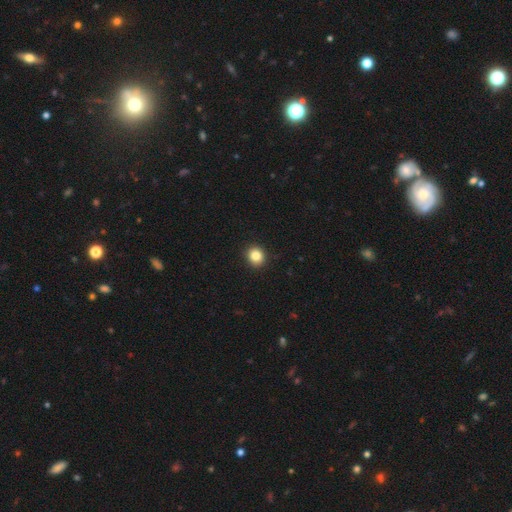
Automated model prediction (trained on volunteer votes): smooth 84%, star or artifact 10%, featured or disk 5%. Down the decision tree: how rounded — round (84%); merging — none (92%).